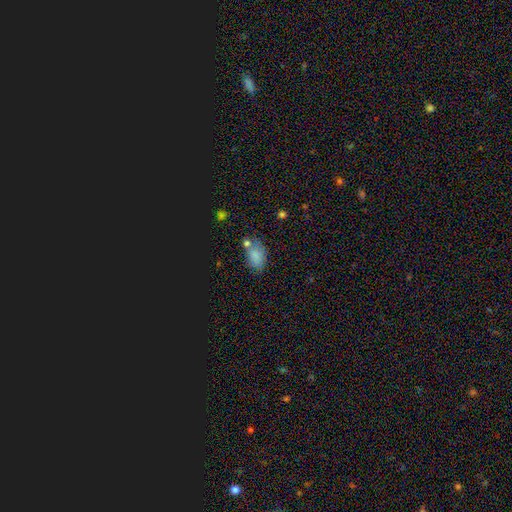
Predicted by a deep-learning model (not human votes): This is likely a smooth galaxy (79%). How rounded: clearly in between (87%). Merging: possibly none (56%).